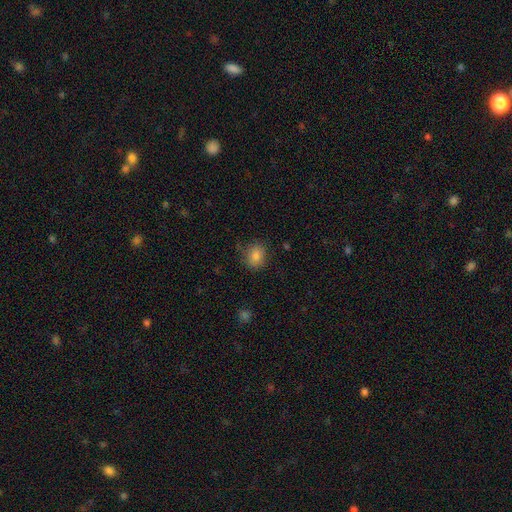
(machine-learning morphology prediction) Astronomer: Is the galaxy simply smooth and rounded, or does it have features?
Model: smooth — 83%.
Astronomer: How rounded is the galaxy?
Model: round — 63%.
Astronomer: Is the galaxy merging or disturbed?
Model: none — 81%.